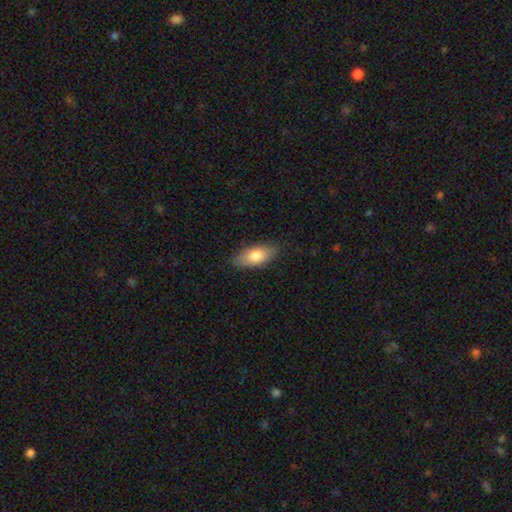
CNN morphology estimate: Overall: smooth (80%). How rounded: in between (86%). Merging: none (82%).